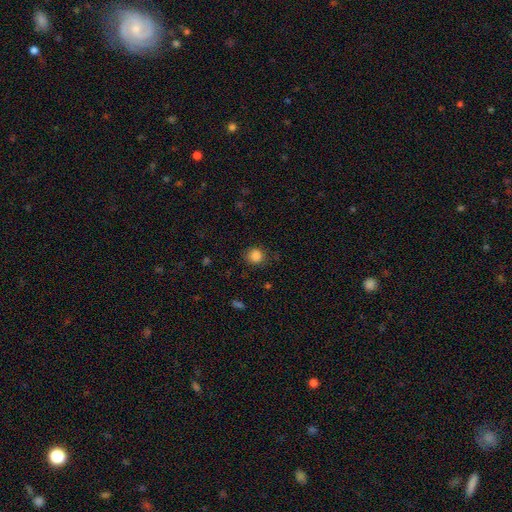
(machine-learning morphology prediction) smooth_or_featured: smooth (p=0.85) [alt: star or artifact p=0.11]
how_rounded: round (p=0.87) [alt: in between p=0.12]
merging: none (p=0.83) [alt: minor disturbance p=0.12]